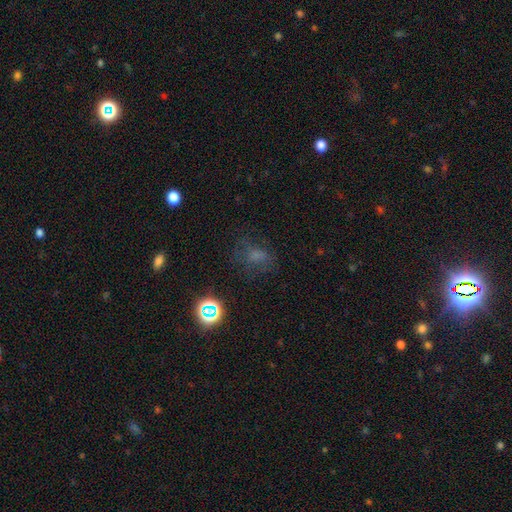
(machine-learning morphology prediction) The model was most divided on "how rounded": in between: 57%, round: 40%, cigar-shaped: 2%. More confident: merging — none (60%); smooth or featured — smooth (51%).